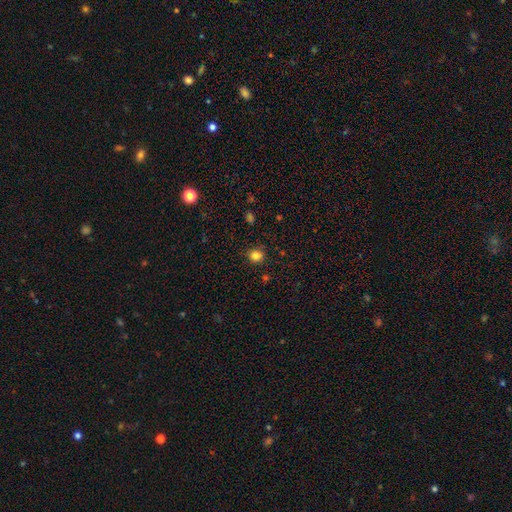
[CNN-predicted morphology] Smooth or featured: smooth — 83% (star or artifact — 13%)
How rounded: round — 83% (in between — 16%)
Merging: none — 87% (minor disturbance — 10%)